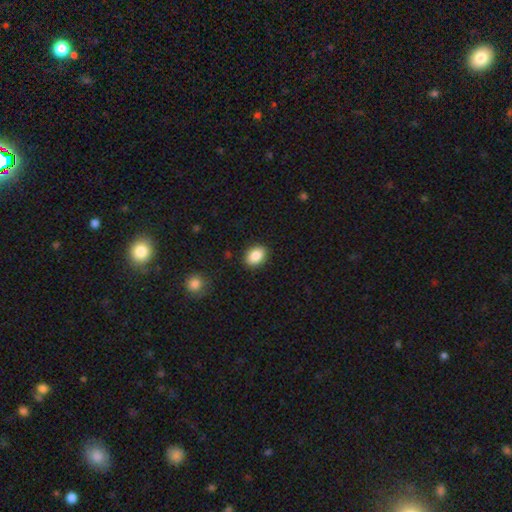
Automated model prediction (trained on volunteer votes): smooth-or-featured: smooth: 87% | star or artifact: 8% | featured or disk: 5%
  how-rounded: in between: 75% | round: 24% | cigar-shaped: 1%
  merging: none: 89% | minor disturbance: 8% | major disturbance: 2% | merger: 1%